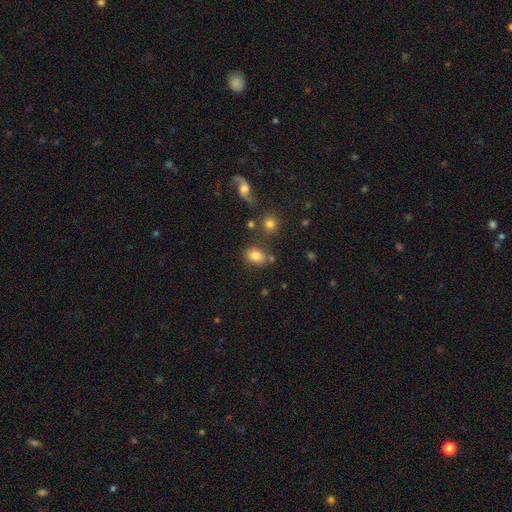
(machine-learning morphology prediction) A smooth galaxy with no disk features (81%) that is in between round and cigar-shaped (73%).

Vote fractions:
- Smooth or featured? smooth: 81% / star or artifact: 10% / featured or disk: 9%
- How rounded? in between: 73% / round: 25% / cigar-shaped: 2%
- Merging? none: 70% / minor disturbance: 15% / merger: 10% / major disturbance: 5%